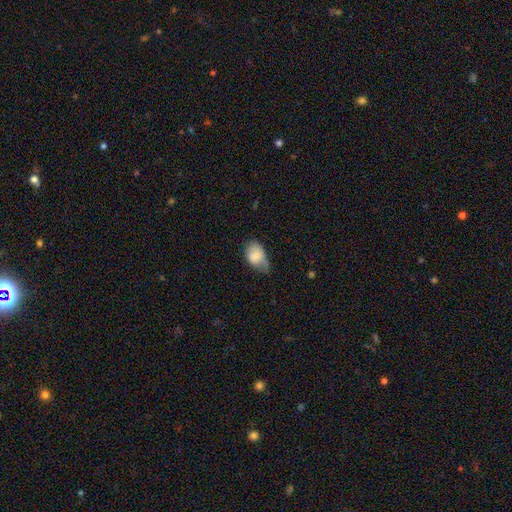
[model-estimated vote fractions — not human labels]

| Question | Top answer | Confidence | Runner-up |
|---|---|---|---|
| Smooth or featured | smooth | 80% | featured or disk (13%) |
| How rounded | in between | 84% | round (14%) |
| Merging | minor disturbance | 44% | none (36%) |